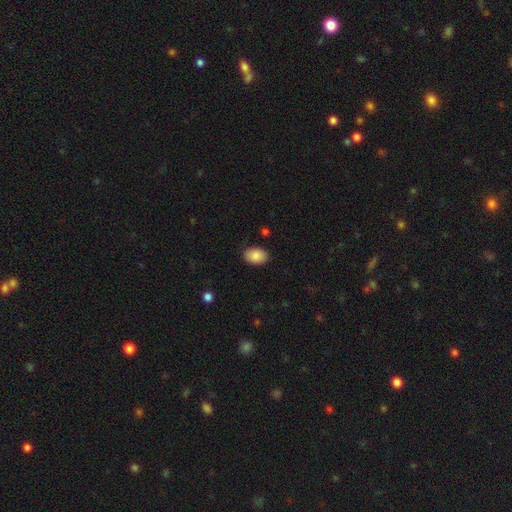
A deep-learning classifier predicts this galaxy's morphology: Smooth or featured?
  - smooth: 89% *
  - star or artifact: 7%
  - featured or disk: 4%
How rounded?
  - in between: 85% *
  - round: 14%
  - cigar-shaped: 1%
Merging?
  - none: 87% *
  - minor disturbance: 10%
  - major disturbance: 2%
  - merger: 1%